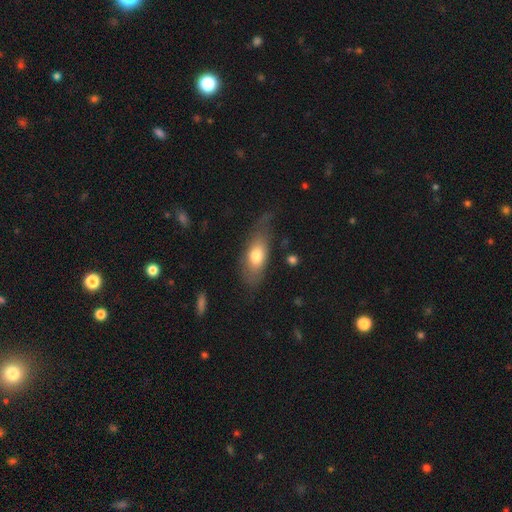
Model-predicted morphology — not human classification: smooth_or_featured: smooth (p=0.70) [alt: featured or disk p=0.23]
how_rounded: in between (p=0.81) [alt: cigar-shaped p=0.13]
merging: none (p=0.54) [alt: minor disturbance p=0.27]